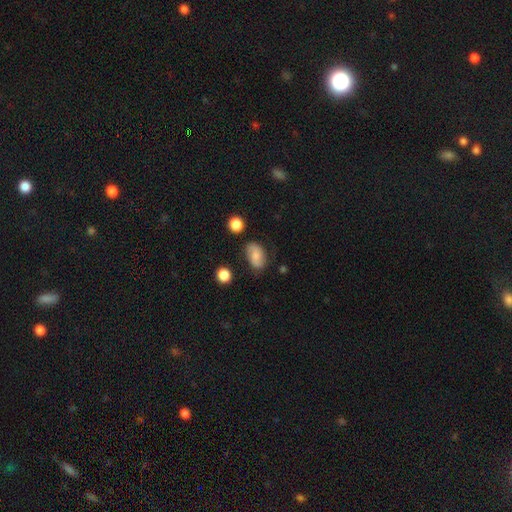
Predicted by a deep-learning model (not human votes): The model was most divided on "smooth or featured": smooth: 63%, featured or disk: 28%, star or artifact: 9%. More confident: how rounded — in between (85%); merging — none (72%).